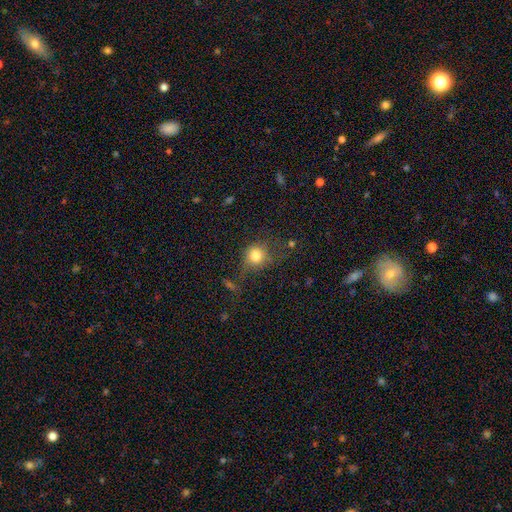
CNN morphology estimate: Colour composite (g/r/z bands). It shows a smooth galaxy with no disk features (78%) that is round (83%). Merging: none (61%).